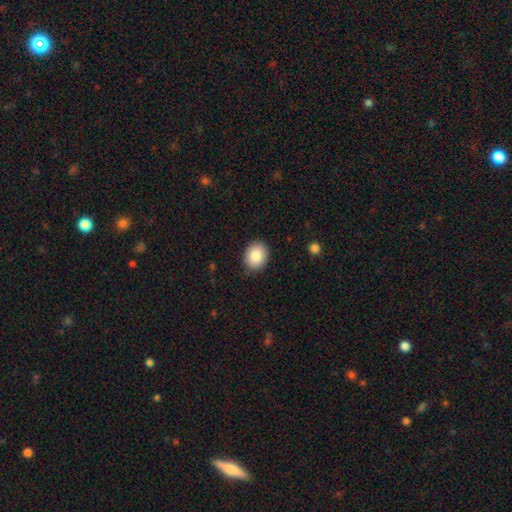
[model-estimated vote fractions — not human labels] Smooth or featured?
  - smooth: 85% *
  - star or artifact: 8%
  - featured or disk: 7%
How rounded?
  - round: 58% *
  - in between: 42%
  - cigar-shaped: 1%
Merging?
  - none: 89% *
  - minor disturbance: 8%
  - major disturbance: 2%
  - merger: 1%